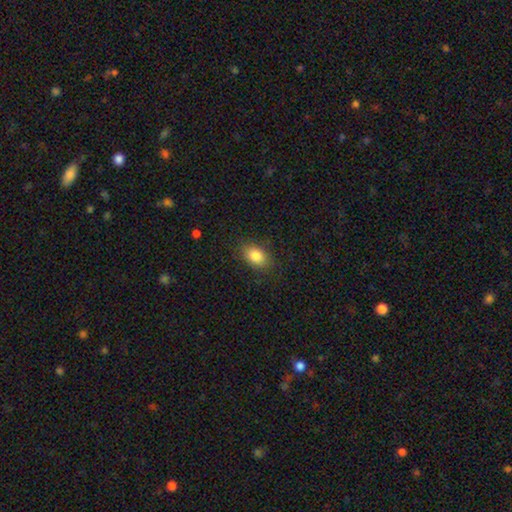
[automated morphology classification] smooth_or_featured: smooth (p=0.85) [alt: star or artifact p=0.08]
how_rounded: in between (p=0.83) [alt: round p=0.16]
merging: none (p=0.84) [alt: minor disturbance p=0.12]